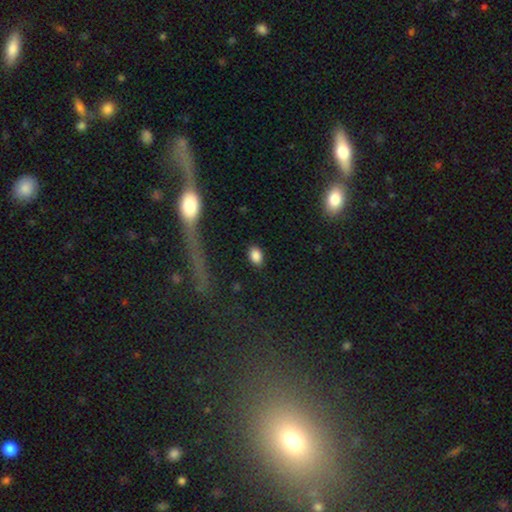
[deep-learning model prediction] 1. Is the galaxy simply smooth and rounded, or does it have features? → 86% smooth, 9% star or artifact, 5% featured or disk.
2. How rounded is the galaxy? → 81% in between, 17% round, 2% cigar-shaped.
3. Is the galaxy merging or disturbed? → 85% none, 10% minor disturbance, 3% major disturbance, 2% merger.